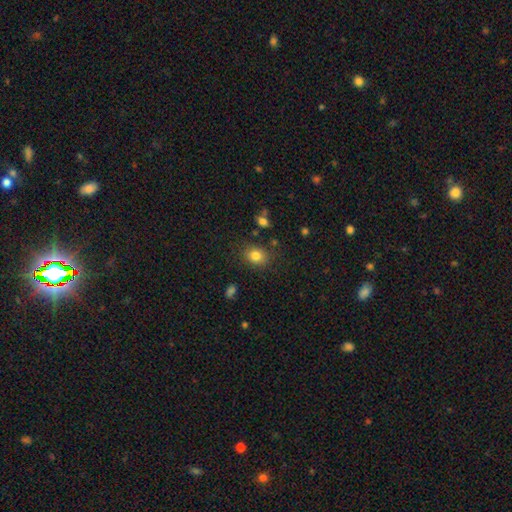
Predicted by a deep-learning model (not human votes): Morphology: type=smooth (82%); roundness=in between (53%); merging=none (82%).